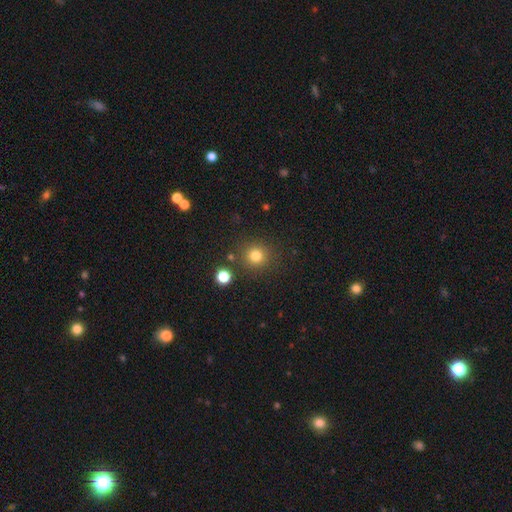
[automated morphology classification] smooth-or-featured: smooth: 80% | star or artifact: 14% | featured or disk: 6%
  how-rounded: round: 93% | in between: 6% | cigar-shaped: 1%
  merging: none: 86% | minor disturbance: 7% | merger: 4% | major disturbance: 3%